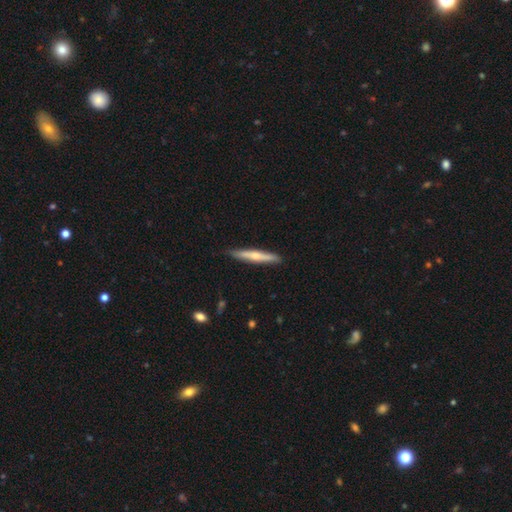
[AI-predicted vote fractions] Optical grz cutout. It shows a smooth galaxy with no disk features (48%). Merging: none (88%).